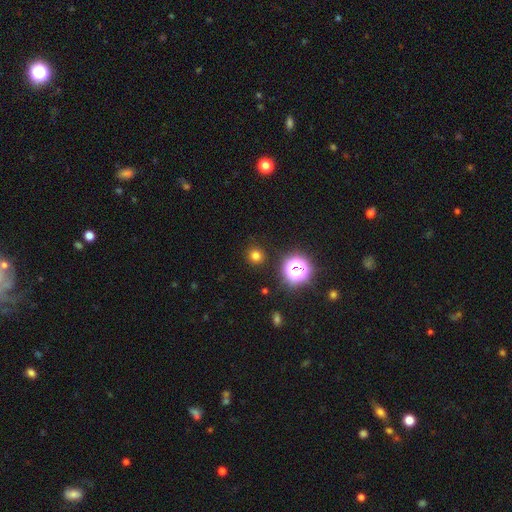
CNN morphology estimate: smooth-or-featured: smooth: 73% | star or artifact: 22% | featured or disk: 5%
  how-rounded: round: 94% | in between: 5% | cigar-shaped: 1%
  merging: none: 91% | minor disturbance: 5% | major disturbance: 2% | merger: 2%